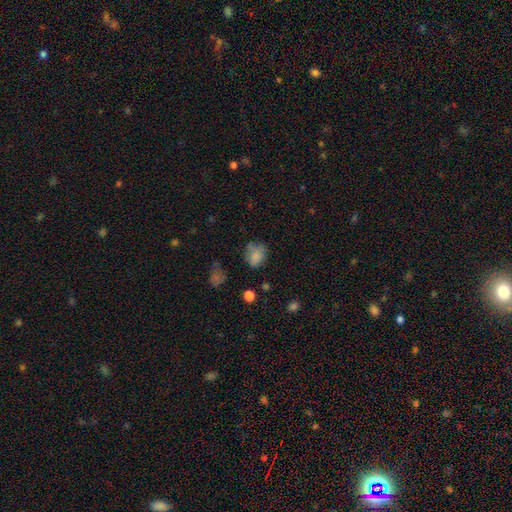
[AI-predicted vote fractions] smooth 75%, featured or disk 13%, star or artifact 12%. Down the decision tree: how rounded — round (50%); merging — none (55%).